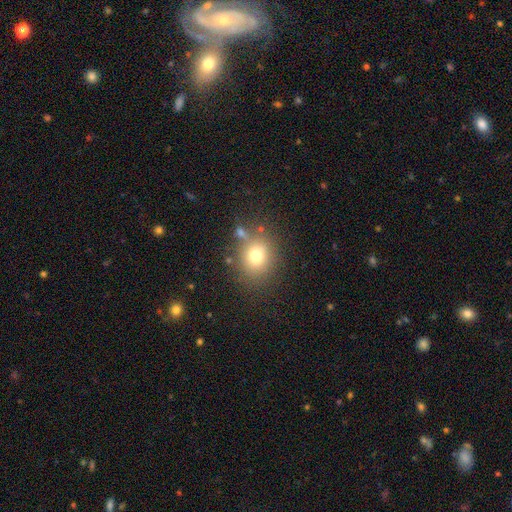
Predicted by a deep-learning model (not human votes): smooth-or-featured: smooth: 74% | star or artifact: 14% | featured or disk: 12%
  how-rounded: round: 75% | in between: 24% | cigar-shaped: 1%
  merging: none: 73% | minor disturbance: 13% | merger: 8% | major disturbance: 6%